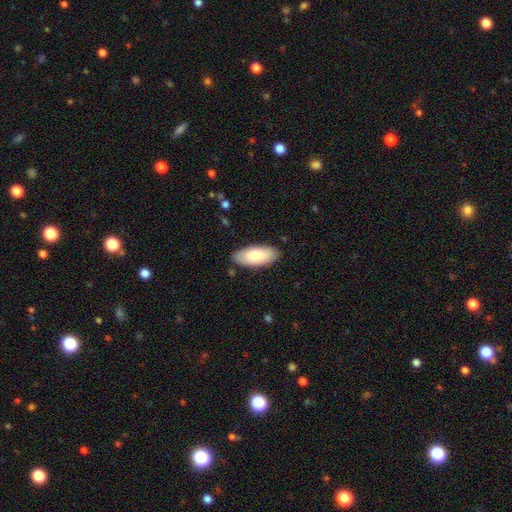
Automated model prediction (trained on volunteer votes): Smooth or featured?
  - smooth: 81% *
  - featured or disk: 13%
  - star or artifact: 5%
How rounded?
  - in between: 89% *
  - cigar-shaped: 10%
  - round: 2%
Merging?
  - none: 86% *
  - minor disturbance: 11%
  - major disturbance: 2%
  - merger: 1%